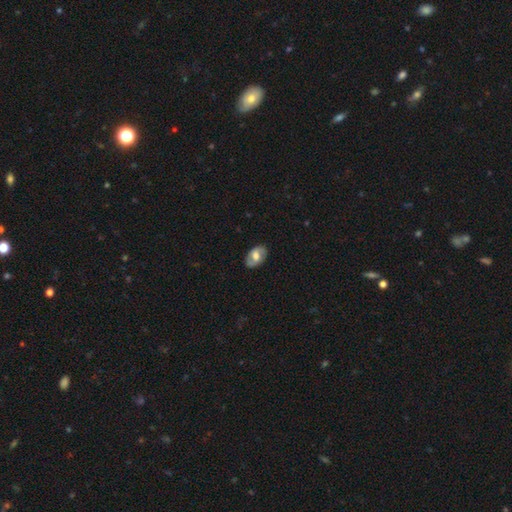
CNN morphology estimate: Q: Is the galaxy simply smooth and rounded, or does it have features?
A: featured or disk — 47%, tied with smooth.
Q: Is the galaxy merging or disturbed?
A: none — 84%.